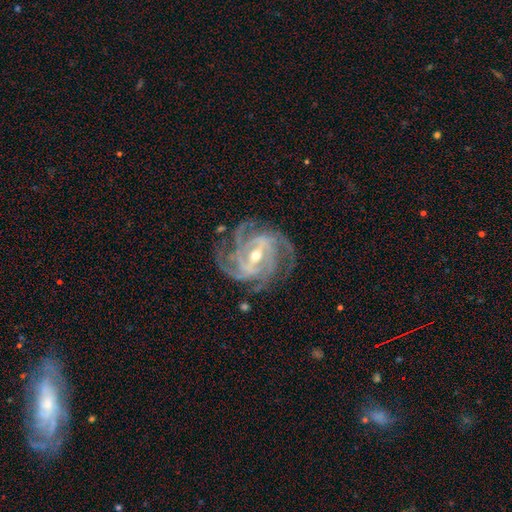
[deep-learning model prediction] This appears to be a featured or disk galaxy (93%) with a strong bar (54%), 4 (39%) tight (58%) spiral arms (98%) and a moderate central bulge (51%). Merging: none (76%).